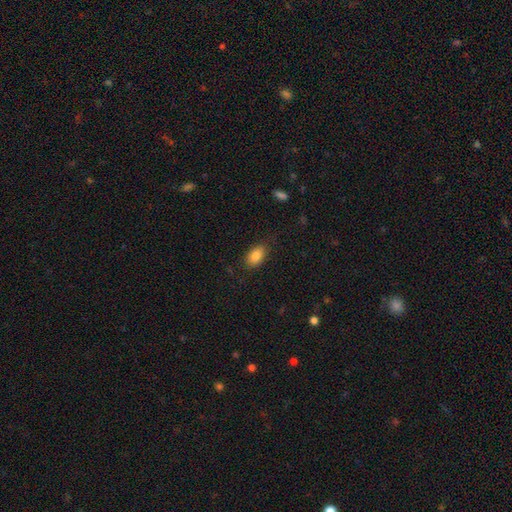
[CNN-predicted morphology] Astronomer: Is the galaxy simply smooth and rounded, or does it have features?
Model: smooth — 84%.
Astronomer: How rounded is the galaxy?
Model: in between — 88%.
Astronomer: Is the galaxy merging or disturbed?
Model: none — 81%.